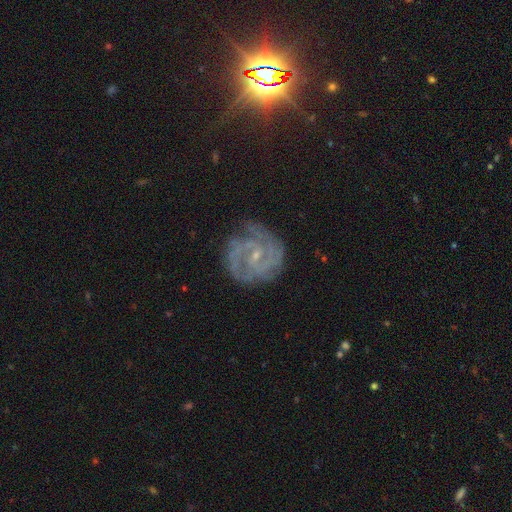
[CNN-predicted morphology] Smooth or featured: featured or disk — 83% (star or artifact — 11%)
Edge-on disk: no — 97% (yes — 3%)
Bar: weak — 44% (no — 41%)
Spiral arms: yes — 97% (no — 3%)
Spiral winding: tight — 62% (medium — 32%)
Spiral arm count: 2 — 31% (3 — 28%)
Bulge size: small — 79% (moderate — 14%)
Merging: none — 77% (minor disturbance — 15%)